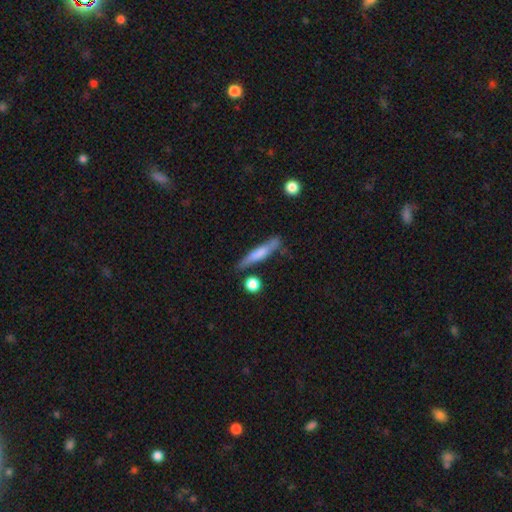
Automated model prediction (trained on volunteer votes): Overall: featured or disk (48%; smooth 43%). Merging: none (72%).